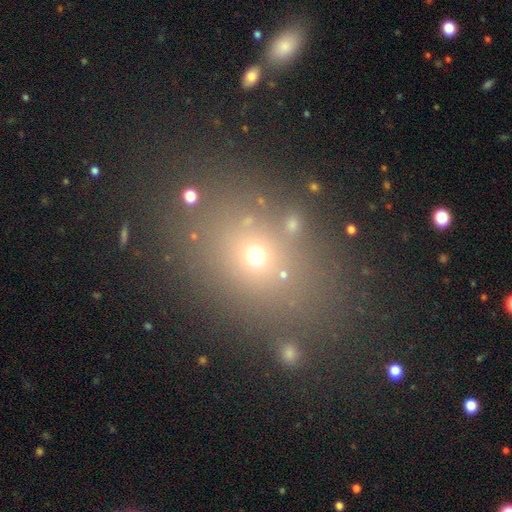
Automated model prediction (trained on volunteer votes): Smooth or featured?
  - smooth: 62% *
  - star or artifact: 25%
  - featured or disk: 13%
How rounded?
  - in between: 54% *
  - round: 44%
  - cigar-shaped: 3%
Merging?
  - none: 75% *
  - minor disturbance: 12%
  - merger: 7%
  - major disturbance: 6%